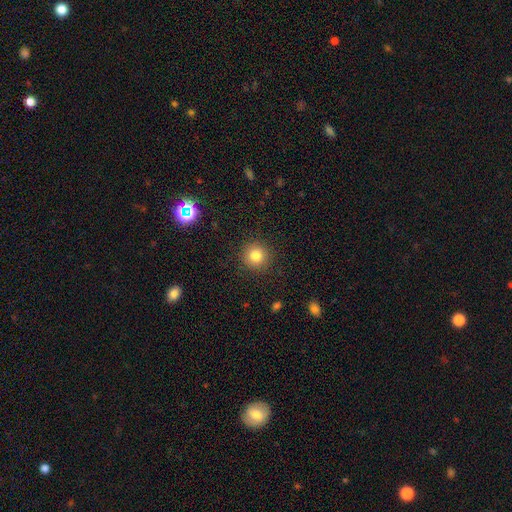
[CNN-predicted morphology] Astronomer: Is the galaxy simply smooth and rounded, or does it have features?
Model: smooth — 81%.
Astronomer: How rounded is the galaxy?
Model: round — 95%.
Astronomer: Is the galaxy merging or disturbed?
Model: none — 91%.